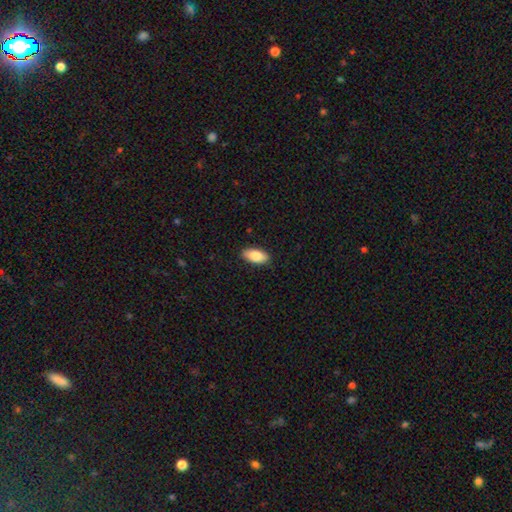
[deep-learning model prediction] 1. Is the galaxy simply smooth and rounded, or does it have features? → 84% smooth, 10% featured or disk, 6% star or artifact.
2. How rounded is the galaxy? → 91% in between, 7% cigar-shaped, 2% round.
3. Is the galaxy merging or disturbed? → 88% none, 9% minor disturbance, 2% major disturbance, 1% merger.